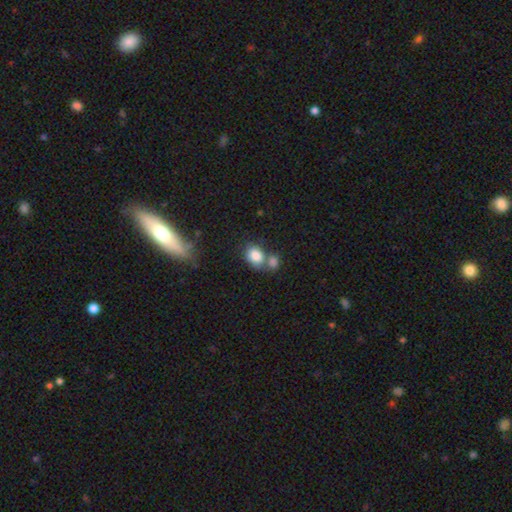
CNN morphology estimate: smooth 83%, star or artifact 9%, featured or disk 8%. Down the decision tree: how rounded — in between (58%); merging — merger (44%).